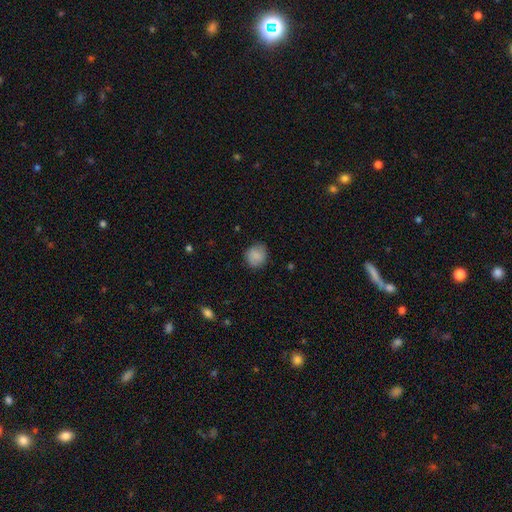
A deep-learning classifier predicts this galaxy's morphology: Smooth or featured?
  - smooth: 84% *
  - featured or disk: 8%
  - star or artifact: 8%
How rounded?
  - round: 81% *
  - in between: 18%
  - cigar-shaped: 1%
Merging?
  - none: 80% *
  - minor disturbance: 15%
  - major disturbance: 4%
  - merger: 1%